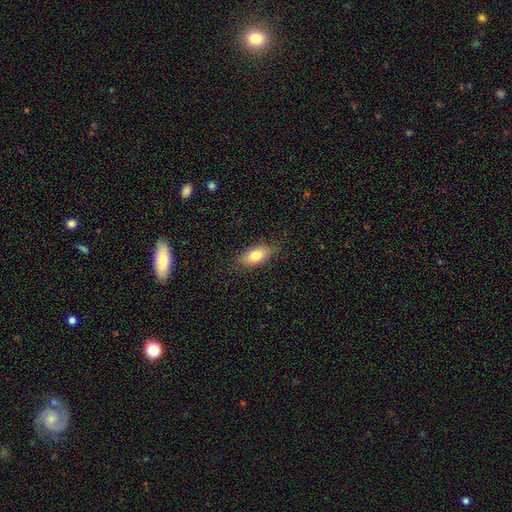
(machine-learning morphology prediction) Q: Smooth or featured?
A: smooth (75%); runner-up: featured or disk (17%)
Q: How rounded?
A: in between (83%); runner-up: cigar-shaped (12%)
Q: Merging?
A: none (82%); runner-up: minor disturbance (14%)